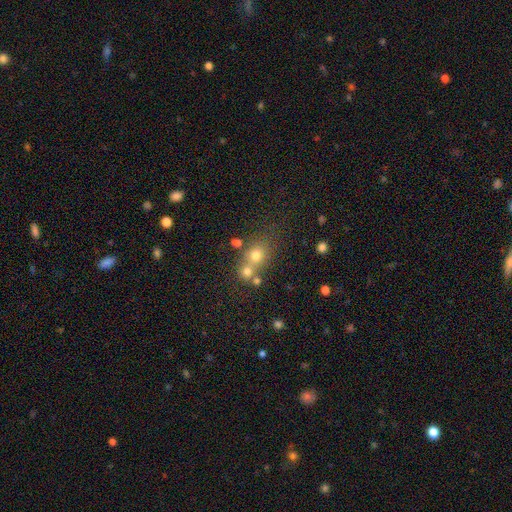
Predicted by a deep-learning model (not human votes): smooth 67%, star or artifact 18%, featured or disk 15%. Down the decision tree: how rounded — round (73%); merging — none (44%).